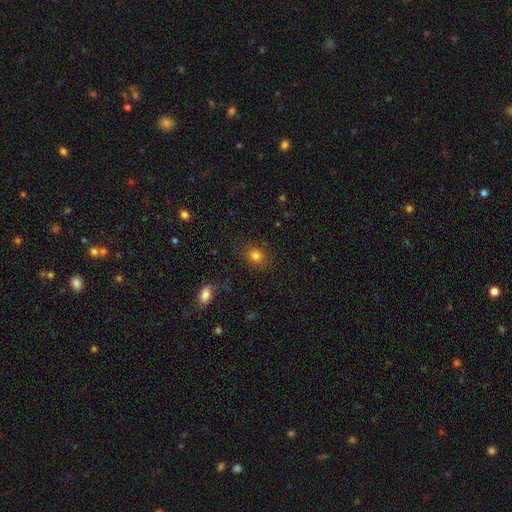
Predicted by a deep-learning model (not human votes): Morphology: type=smooth (81%); roundness=round (65%); merging=none (84%).